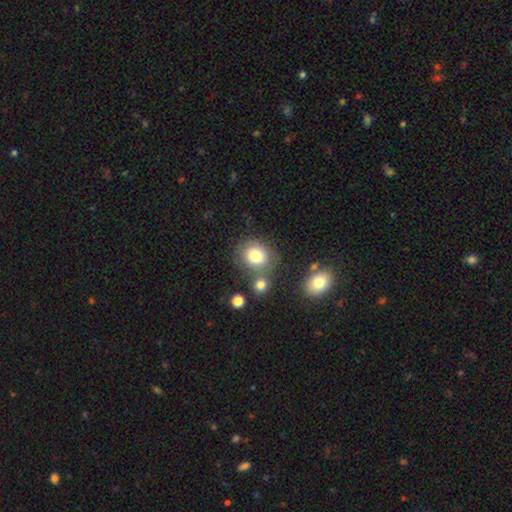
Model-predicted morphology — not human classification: smooth-or-featured: smooth: 80% | star or artifact: 10% | featured or disk: 10%
  how-rounded: round: 72% | in between: 27% | cigar-shaped: 1%
  merging: none: 63% | merger: 18% | minor disturbance: 13% | major disturbance: 5%